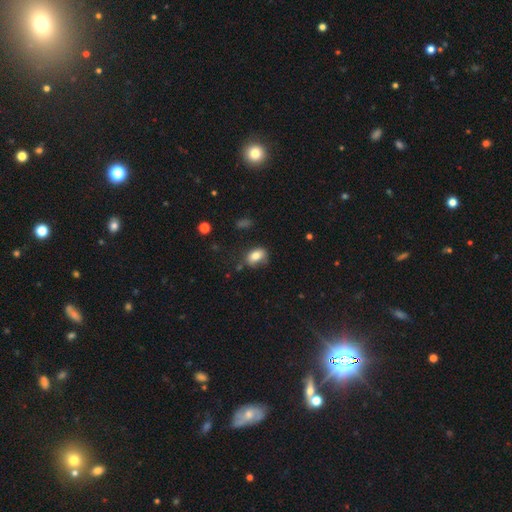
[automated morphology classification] Smooth or featured: smooth — 81% (featured or disk — 10%)
How rounded: in between — 83% (round — 15%)
Merging: none — 60% (minor disturbance — 28%)